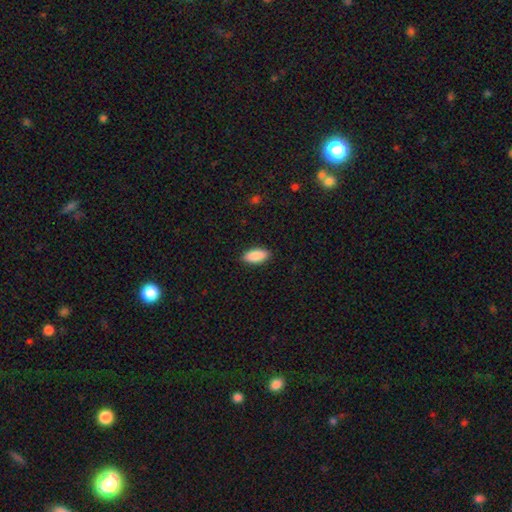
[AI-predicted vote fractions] Q: Smooth or featured?
A: smooth (90%); runner-up: star or artifact (6%)
Q: How rounded?
A: in between (88%); runner-up: cigar-shaped (10%)
Q: Merging?
A: none (90%); runner-up: minor disturbance (8%)